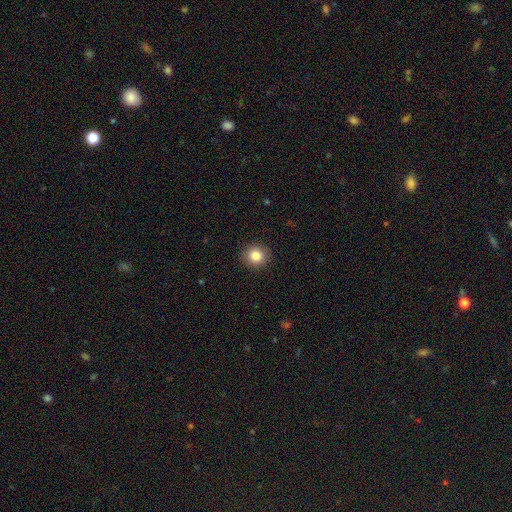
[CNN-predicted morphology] A smooth galaxy with no disk features (83%) that is round (89%). Merging: none (91%).